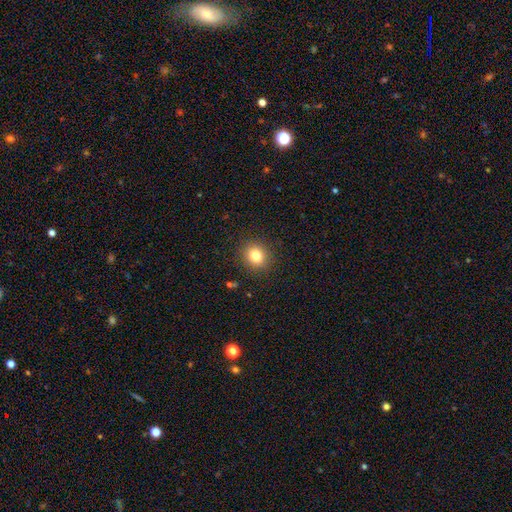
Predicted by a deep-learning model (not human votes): The model was most divided on "how rounded": round: 80%, in between: 19%, cigar-shaped: 1%. More confident: merging — none (90%); smooth or featured — smooth (81%).